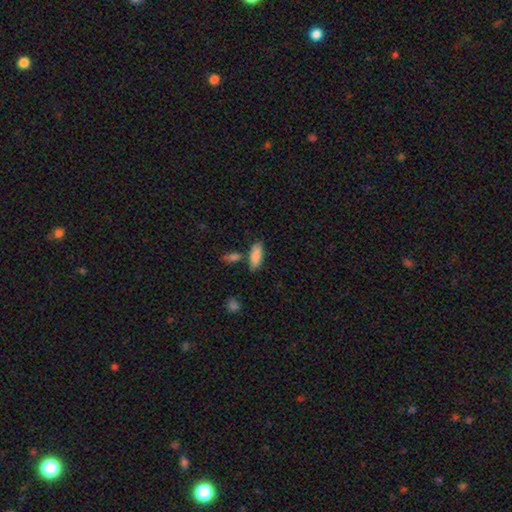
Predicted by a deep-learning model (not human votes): Smooth or featured: smooth — 87% (star or artifact — 7%)
How rounded: in between — 74% (cigar-shaped — 23%)
Merging: none — 69% (minor disturbance — 14%)